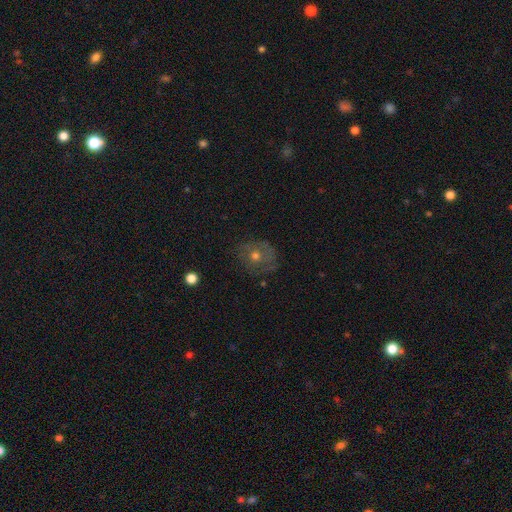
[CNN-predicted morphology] Smooth or featured? Predicted: featured or disk (p=0.46). Merging? Predicted: none (p=0.71).